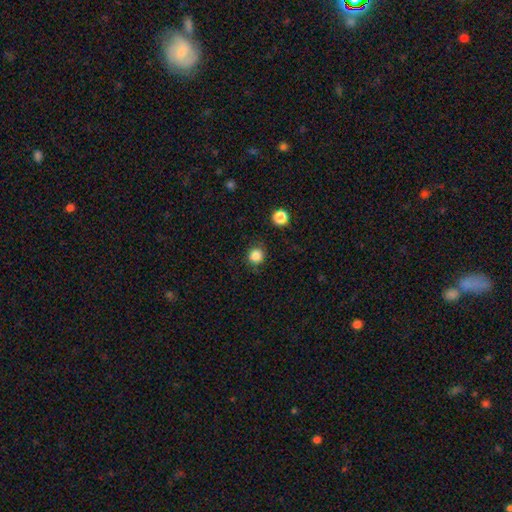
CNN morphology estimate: This is clearly a smooth galaxy (85%). How rounded: clearly round (92%). Merging: clearly none (85%).